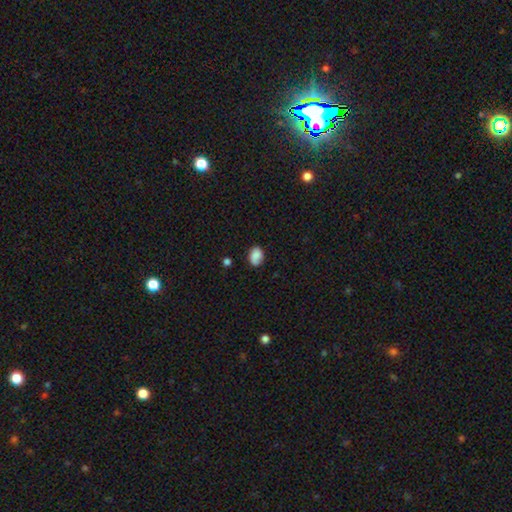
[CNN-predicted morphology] Smooth or featured? smooth (83%)
How rounded? in between (73%)
Merging? none (73%)